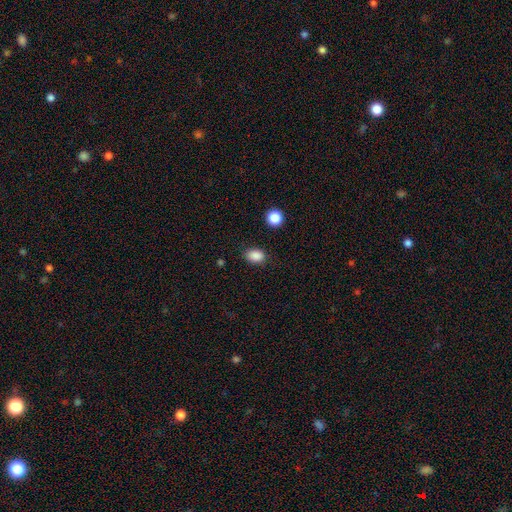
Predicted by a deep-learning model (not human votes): Smooth or featured?
  - smooth: 87% *
  - star or artifact: 10%
  - featured or disk: 3%
How rounded?
  - in between: 75% *
  - round: 24%
  - cigar-shaped: 1%
Merging?
  - none: 85% *
  - minor disturbance: 11%
  - major disturbance: 3%
  - merger: 2%